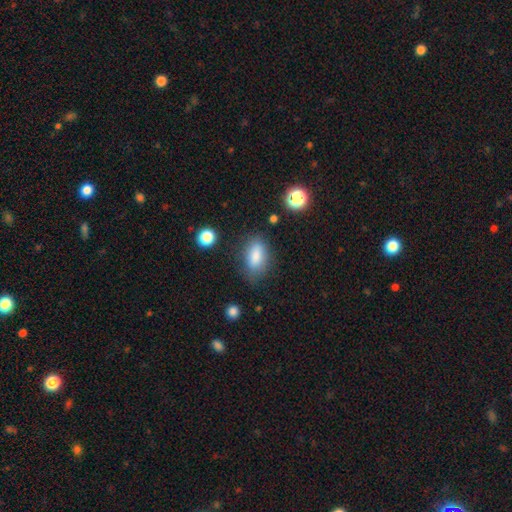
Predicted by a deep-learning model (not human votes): smooth_or_featured: smooth (p=0.82) [alt: star or artifact p=0.09]
how_rounded: in between (p=0.86) [alt: cigar-shaped p=0.08]
merging: none (p=0.76) [alt: minor disturbance p=0.17]